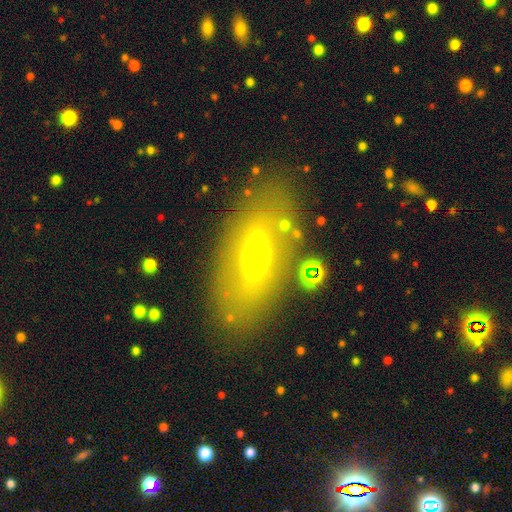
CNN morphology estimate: Smooth or featured: featured or disk — 46% (smooth — 43%)
Merging: none — 78% (minor disturbance — 13%)